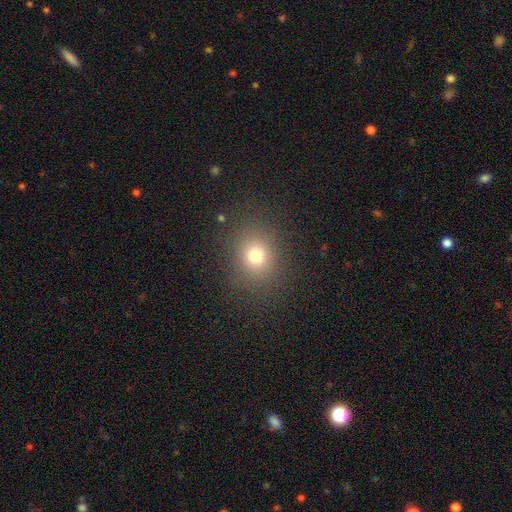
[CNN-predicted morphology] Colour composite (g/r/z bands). It shows a smooth galaxy with no disk features (73%) that is round (72%). Merging: none (85%).